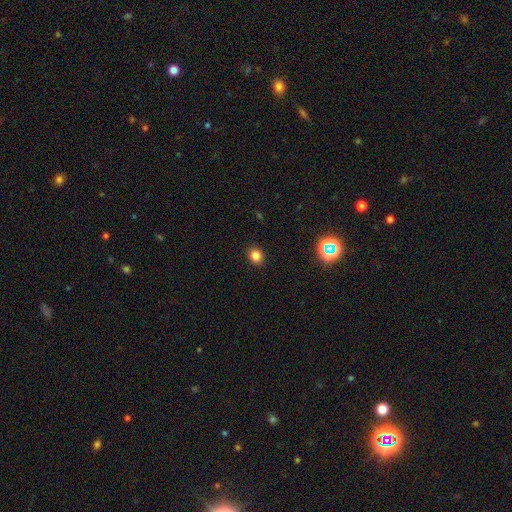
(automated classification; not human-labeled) This is clearly a smooth galaxy (81%). How rounded: likely round (68%). Merging: clearly none (91%).